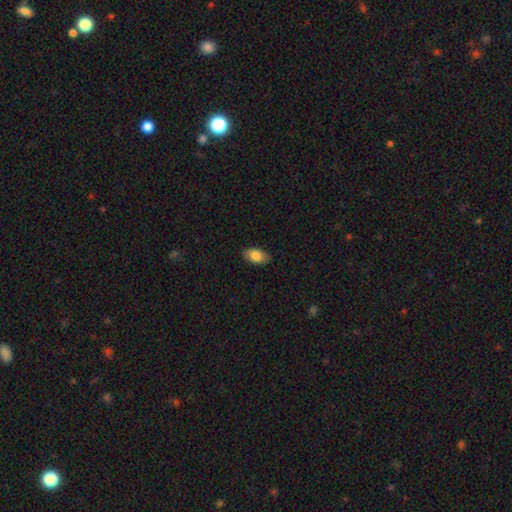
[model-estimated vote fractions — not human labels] Q: Smooth or featured?
A: smooth (83%); runner-up: featured or disk (10%)
Q: How rounded?
A: in between (93%); runner-up: round (5%)
Q: Merging?
A: none (87%); runner-up: minor disturbance (10%)